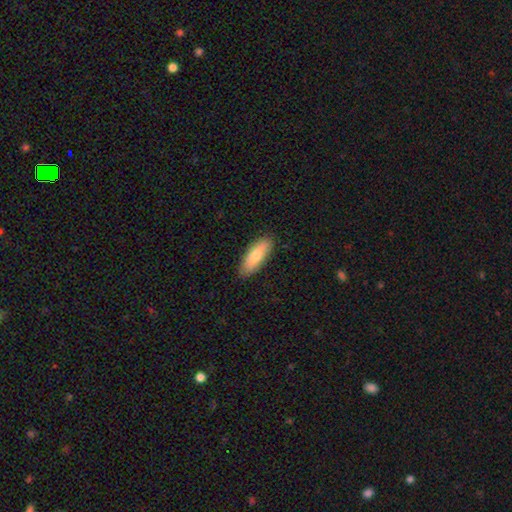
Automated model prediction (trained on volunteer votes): Smooth or featured?
  - smooth: 75% *
  - featured or disk: 19%
  - star or artifact: 6%
How rounded?
  - in between: 61% *
  - cigar-shaped: 37%
  - round: 2%
Merging?
  - none: 87% *
  - minor disturbance: 10%
  - major disturbance: 2%
  - merger: 1%